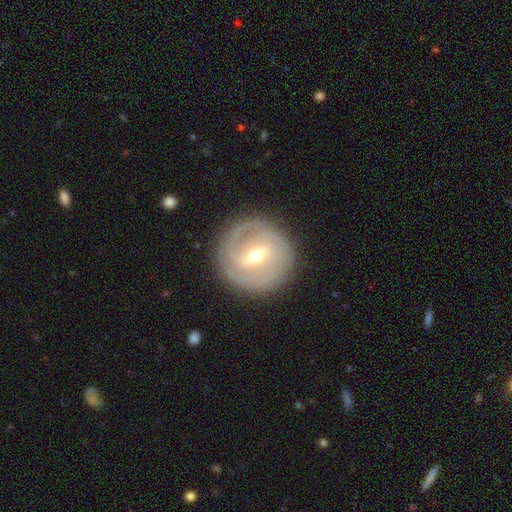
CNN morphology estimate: Overall: featured or disk (79%). Edge-on disk: no (95%). Bar: weak (47%; strong 38%). Spiral arms: yes (86%). Spiral arm count: 2 (42%; can't tell 28%). Spiral winding: tight (64%; medium 27%). Bulge size: moderate (53%; small 44%). Merging: none (85%).